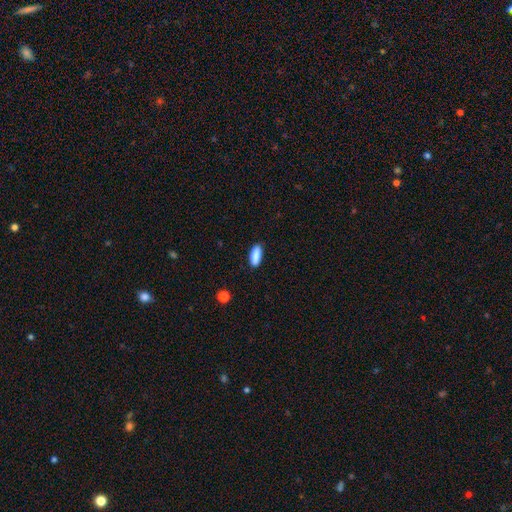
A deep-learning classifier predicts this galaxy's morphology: smooth 89%, star or artifact 6%, featured or disk 5%. Down the decision tree: how rounded — in between (69%); merging — none (88%).